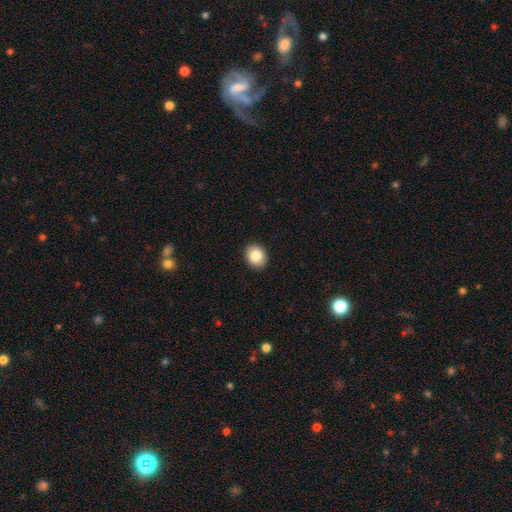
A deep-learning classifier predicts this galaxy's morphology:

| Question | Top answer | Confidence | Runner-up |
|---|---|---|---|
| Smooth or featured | smooth | 86% | star or artifact (8%) |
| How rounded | round | 52% | in between (47%) |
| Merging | none | 91% | minor disturbance (6%) |